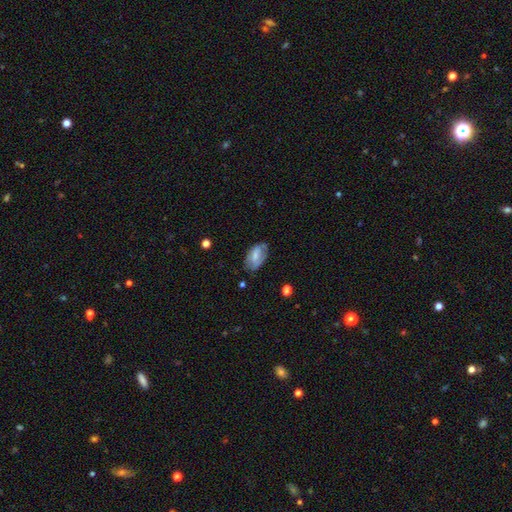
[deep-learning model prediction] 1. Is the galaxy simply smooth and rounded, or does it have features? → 55% smooth, 37% featured or disk, 8% star or artifact.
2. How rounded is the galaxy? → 92% in between, 5% round, 3% cigar-shaped.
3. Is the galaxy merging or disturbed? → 63% none, 27% minor disturbance, 8% major disturbance, 2% merger.